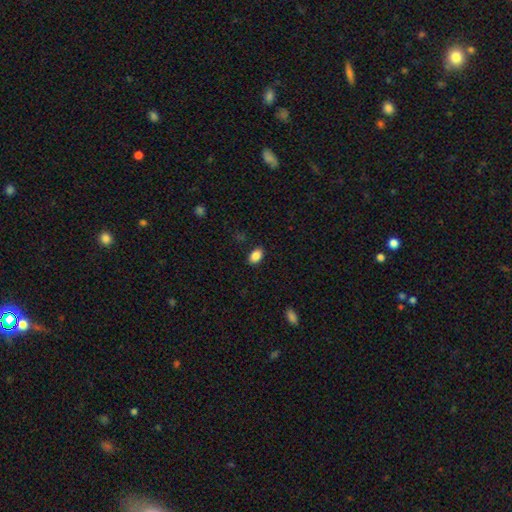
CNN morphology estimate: type=smooth (87%); roundness=in between (89%); merging=none (87%).